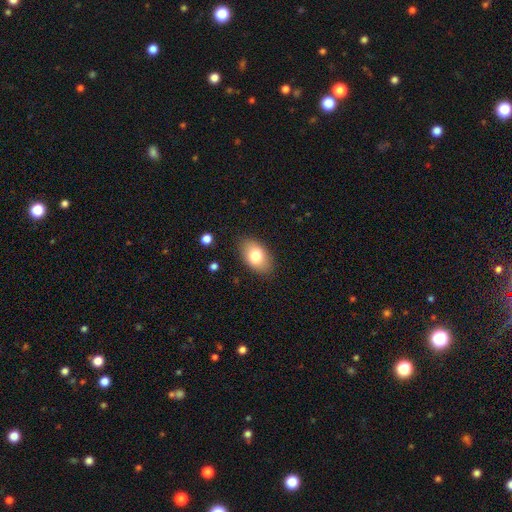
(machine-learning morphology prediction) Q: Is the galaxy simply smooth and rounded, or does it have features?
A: smooth — 78%.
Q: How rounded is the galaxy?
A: in between — 90%.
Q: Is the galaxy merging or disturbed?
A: none — 86%.